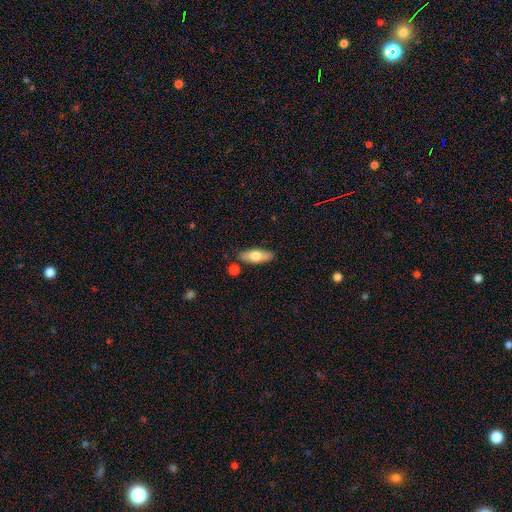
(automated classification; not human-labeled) Smooth or featured: smooth — 68% (featured or disk — 26%)
How rounded: in between — 72% (cigar-shaped — 26%)
Merging: none — 81% (minor disturbance — 11%)